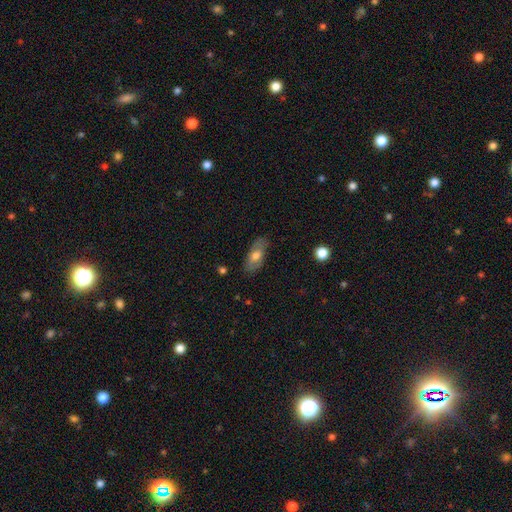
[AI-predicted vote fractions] Smooth or featured?
  - smooth: 64% *
  - featured or disk: 30%
  - star or artifact: 7%
How rounded?
  - in between: 86% *
  - cigar-shaped: 11%
  - round: 4%
Merging?
  - none: 79% *
  - minor disturbance: 16%
  - major disturbance: 4%
  - merger: 1%